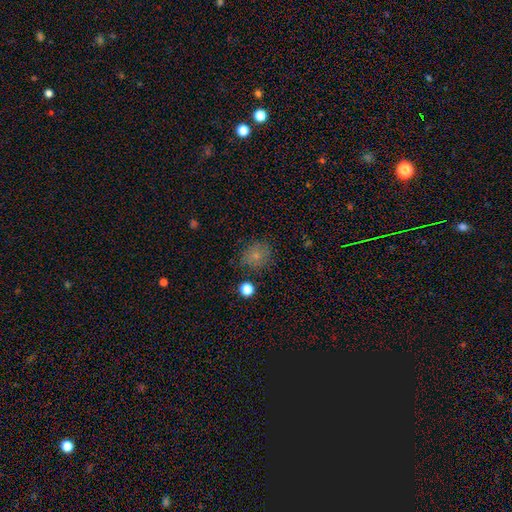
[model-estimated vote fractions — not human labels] The model was most divided on "smooth or featured": smooth: 72%, star or artifact: 17%, featured or disk: 11%. More confident: merging — none (79%); how rounded — round (77%).